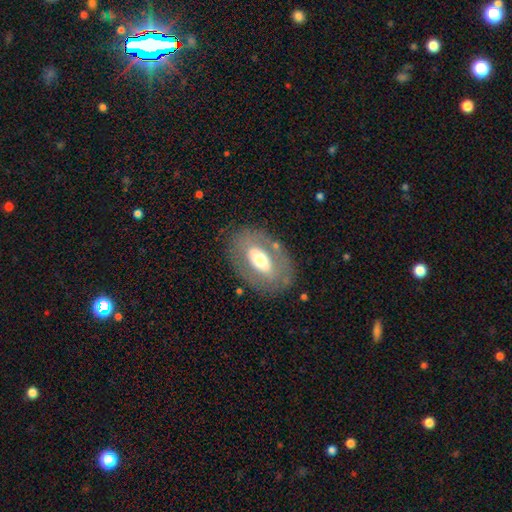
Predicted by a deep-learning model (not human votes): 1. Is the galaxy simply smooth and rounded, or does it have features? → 50% featured or disk, 43% smooth, 7% star or artifact.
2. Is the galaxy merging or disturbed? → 79% none, 13% minor disturbance, 7% major disturbance, 2% merger.